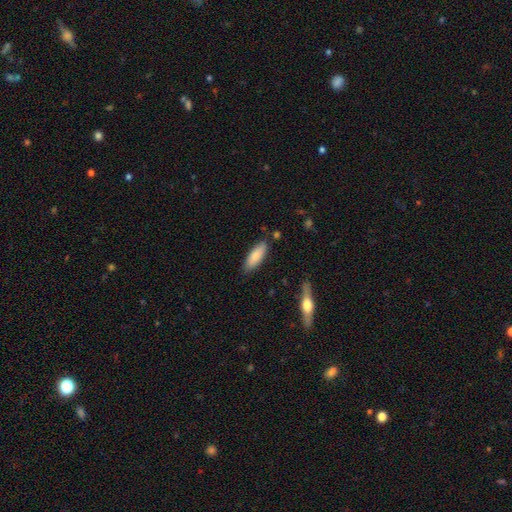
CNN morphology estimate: A smooth galaxy with no disk features (81%) that is in between round and cigar-shaped (61%). Merging: none (83%).